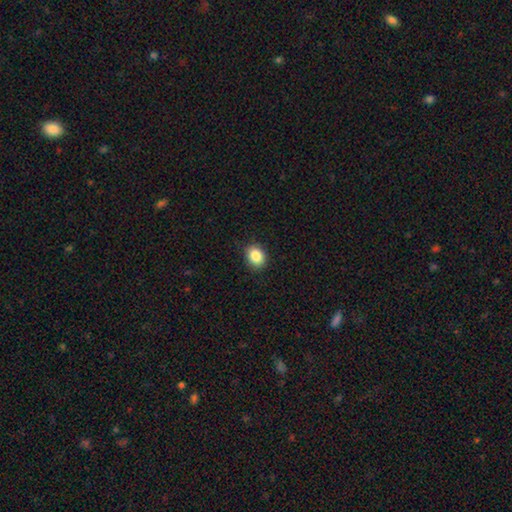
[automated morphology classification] This is clearly a smooth galaxy (86%). How rounded: possibly round (51%). Merging: clearly none (88%).